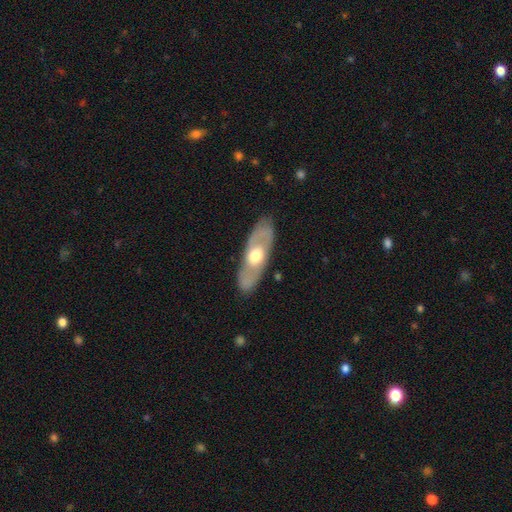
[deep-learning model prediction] smooth-or-featured: featured or disk: 55% | smooth: 41% | star or artifact: 5%
  disk-edge-on: no: 71% | yes: 29%
  merging: none: 83% | minor disturbance: 12% | major disturbance: 4% | merger: 1%